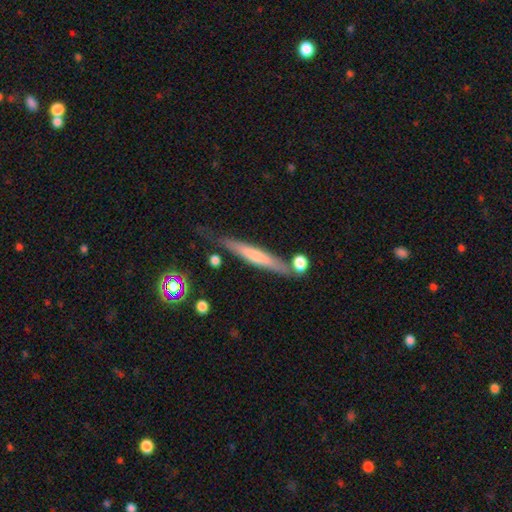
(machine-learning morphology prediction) Smooth or featured? smooth (54%)
How rounded? cigar-shaped (93%)
Merging? none (70%)